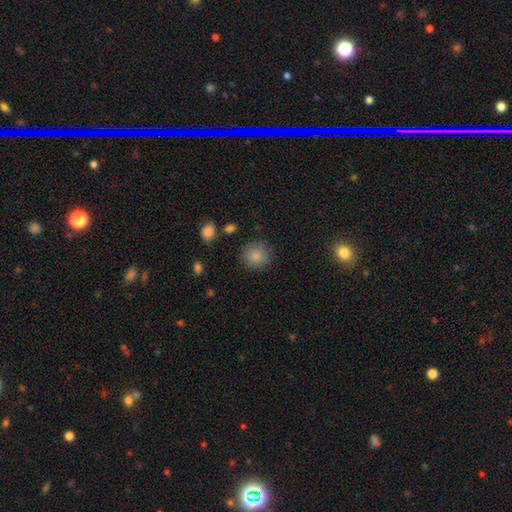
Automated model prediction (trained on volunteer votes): Smooth or featured? smooth (85%)
How rounded? round (90%)
Merging? none (84%)